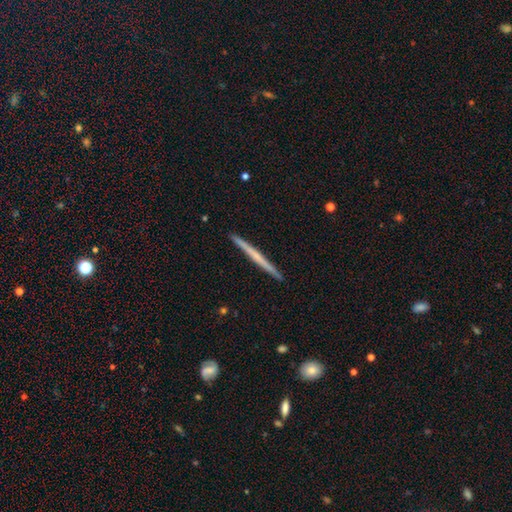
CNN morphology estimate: Smooth or featured? Predicted: featured or disk (p=0.56). Edge-on disk? Predicted: yes (p=0.98). Edge-on bulge? Predicted: none (p=0.80). Merging? Predicted: none (p=0.93).